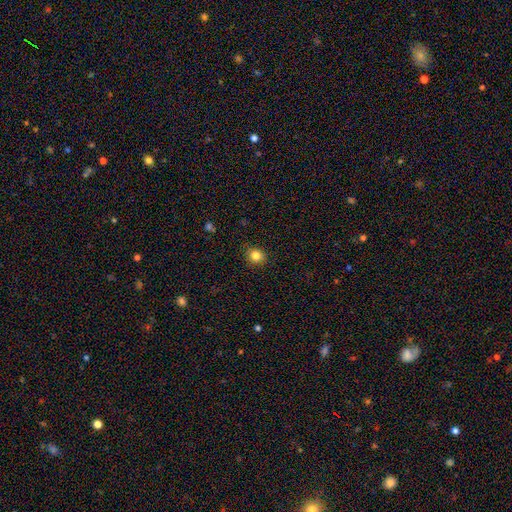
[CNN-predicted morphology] This is clearly a smooth galaxy (83%). How rounded: likely round (79%). Merging: clearly none (89%).